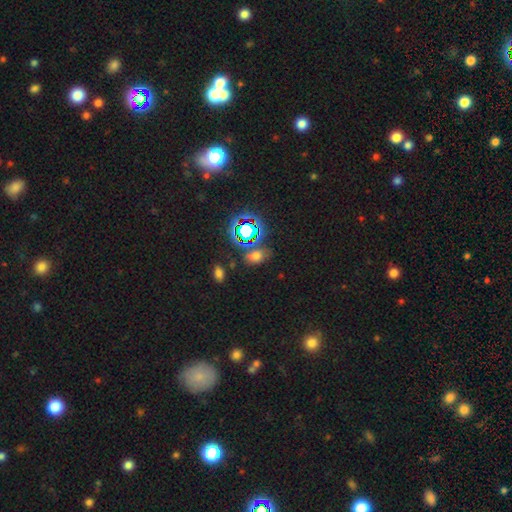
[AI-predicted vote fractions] smooth_or_featured: smooth (p=0.49) [alt: star or artifact p=0.41]
merging: none (p=0.69) [alt: minor disturbance p=0.15]